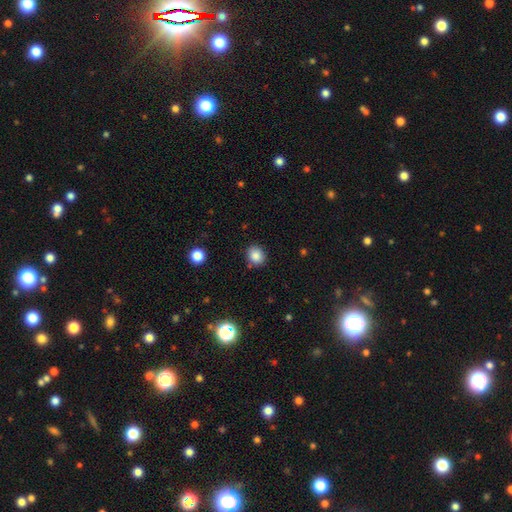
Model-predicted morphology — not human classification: Smooth or featured? smooth (85%)
How rounded? round (73%)
Merging? none (86%)